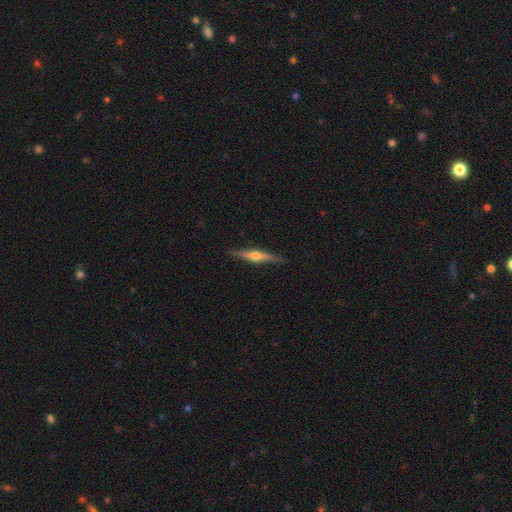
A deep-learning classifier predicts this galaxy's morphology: A featured or disk galaxy (69%) viewed edge-on (97%) with a rounded central bulge (93%). Merging: none (87%).